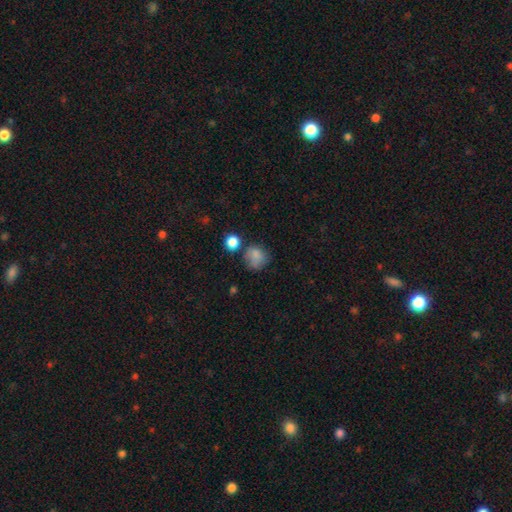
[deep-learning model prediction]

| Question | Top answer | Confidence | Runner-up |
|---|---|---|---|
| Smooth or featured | smooth | 79% | star or artifact (12%) |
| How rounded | round | 78% | in between (21%) |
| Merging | none | 56% | minor disturbance (24%) |